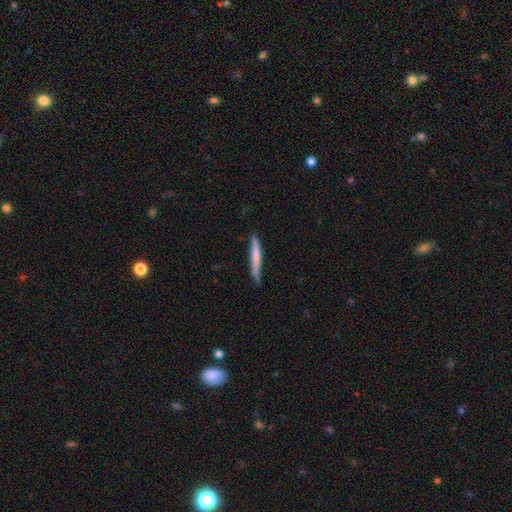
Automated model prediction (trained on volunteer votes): A smooth galaxy with no disk features (64%) that is cigar-shaped (96%).

Vote fractions:
- Smooth or featured? smooth: 64% / featured or disk: 31% / star or artifact: 5%
- How rounded? cigar-shaped: 96% / in between: 3% / round: 1%
- Merging? none: 76% / minor disturbance: 19% / major disturbance: 3% / merger: 2%